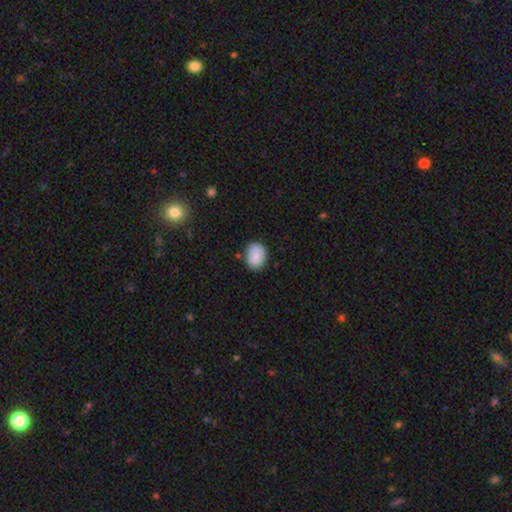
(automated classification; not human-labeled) Q: Smooth or featured?
A: smooth (86%); runner-up: star or artifact (8%)
Q: How rounded?
A: in between (57%); runner-up: round (42%)
Q: Merging?
A: none (78%); runner-up: minor disturbance (16%)